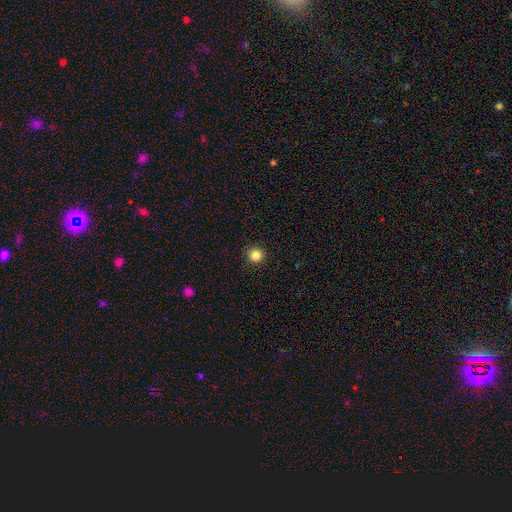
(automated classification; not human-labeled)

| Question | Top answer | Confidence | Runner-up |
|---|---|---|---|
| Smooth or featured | smooth | 85% | star or artifact (11%) |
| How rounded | round | 95% | in between (5%) |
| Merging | none | 92% | minor disturbance (5%) |